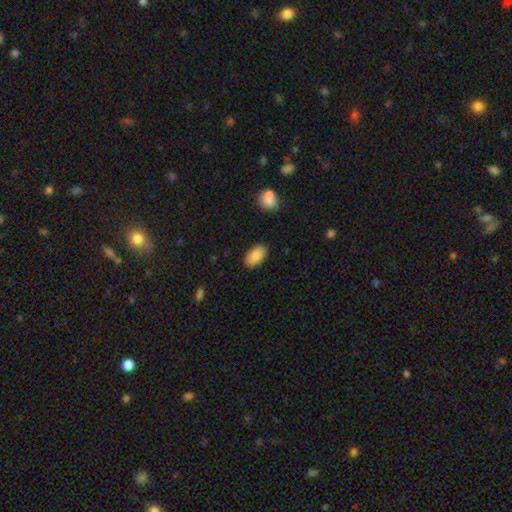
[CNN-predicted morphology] Overall: smooth (86%). How rounded: in between (94%). Merging: none (86%).